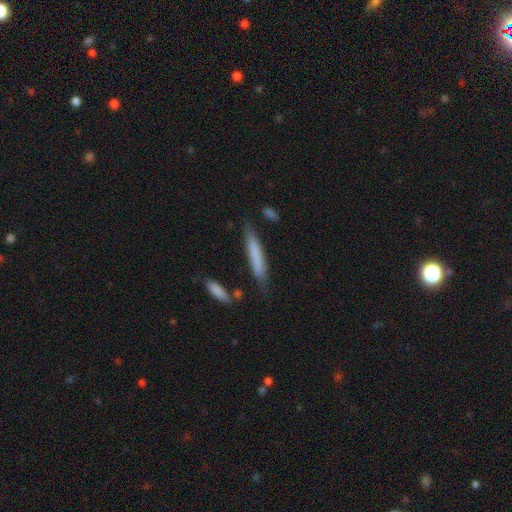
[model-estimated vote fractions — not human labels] Smooth or featured? Predicted: smooth (p=0.72). How rounded? Predicted: cigar-shaped (p=0.93). Merging? Predicted: none (p=0.77).